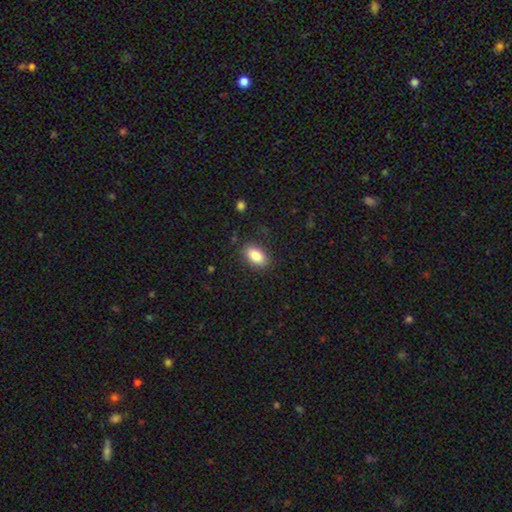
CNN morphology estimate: smooth-or-featured: smooth: 85% | featured or disk: 8% | star or artifact: 7%
  how-rounded: in between: 91% | round: 6% | cigar-shaped: 3%
  merging: none: 85% | minor disturbance: 11% | major disturbance: 3% | merger: 1%